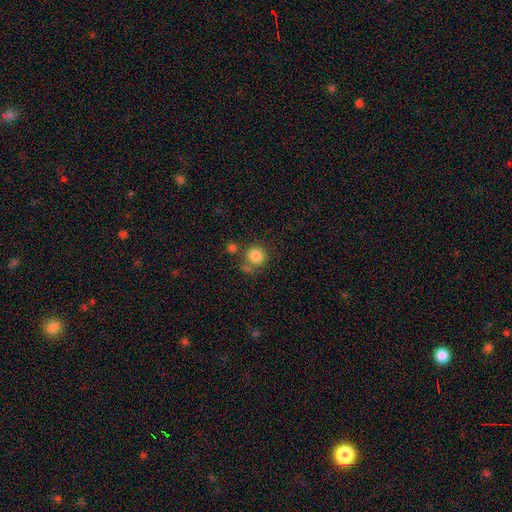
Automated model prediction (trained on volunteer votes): A smooth galaxy with no disk features (84%) that is round (92%).

Vote fractions:
- Smooth or featured? smooth: 84% / star or artifact: 10% / featured or disk: 6%
- How rounded? round: 92% / in between: 7% / cigar-shaped: 1%
- Merging? none: 65% / merger: 18% / minor disturbance: 12% / major disturbance: 5%